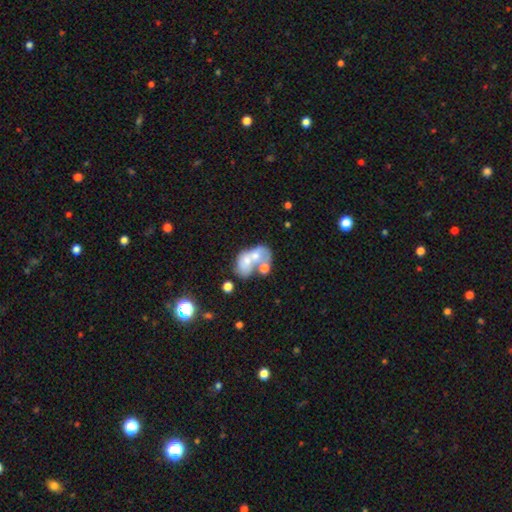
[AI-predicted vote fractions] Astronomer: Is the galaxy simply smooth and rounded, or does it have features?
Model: smooth — 47% (runner-up: featured or disk, 43%).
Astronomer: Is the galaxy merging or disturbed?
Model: merger — 70%.